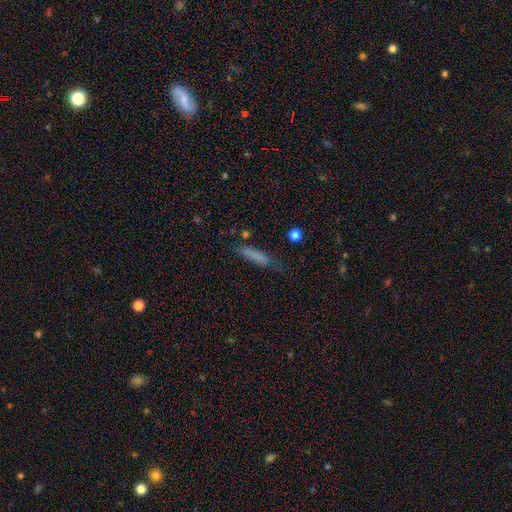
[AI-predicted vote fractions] Smooth or featured?
  - smooth: 75% *
  - featured or disk: 14%
  - star or artifact: 11%
How rounded?
  - cigar-shaped: 80% *
  - in between: 17%
  - round: 2%
Merging?
  - none: 64% *
  - minor disturbance: 25%
  - major disturbance: 8%
  - merger: 3%